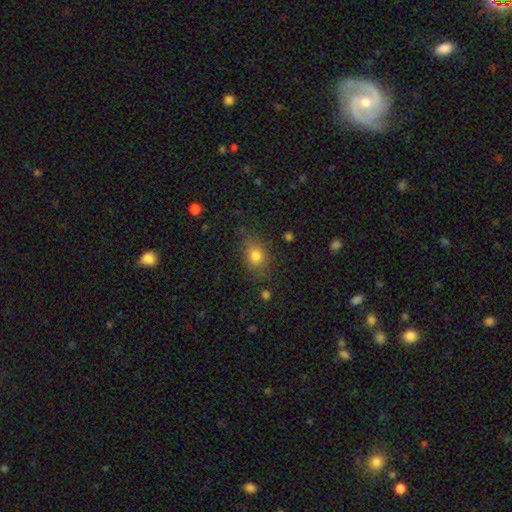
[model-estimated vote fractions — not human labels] Smooth or featured?
  - smooth: 78% *
  - star or artifact: 13%
  - featured or disk: 9%
How rounded?
  - round: 52% *
  - in between: 47%
  - cigar-shaped: 2%
Merging?
  - none: 77% *
  - minor disturbance: 16%
  - major disturbance: 5%
  - merger: 2%